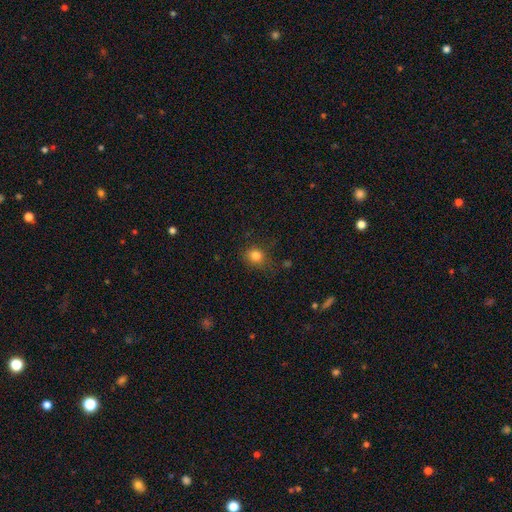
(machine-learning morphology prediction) Overall: smooth (82%). How rounded: round (73%). Merging: none (73%).